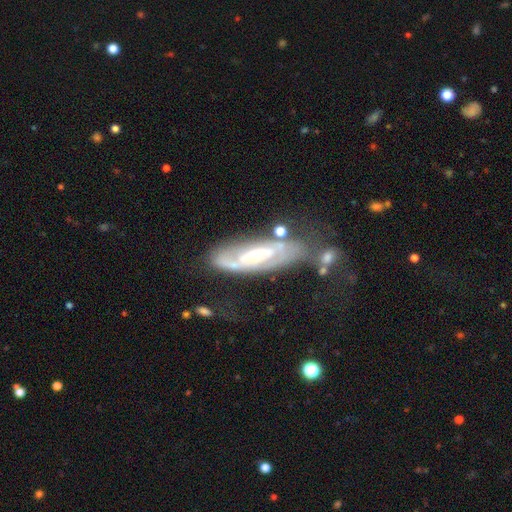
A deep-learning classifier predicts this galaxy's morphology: type=featured or disk (80%); edge-on=no (84%); bar=no (45%); spiral arms=yes (80%); winding=tight (49%); arm count=2 (53%); bulge=moderate (51%); merging=none (53%).